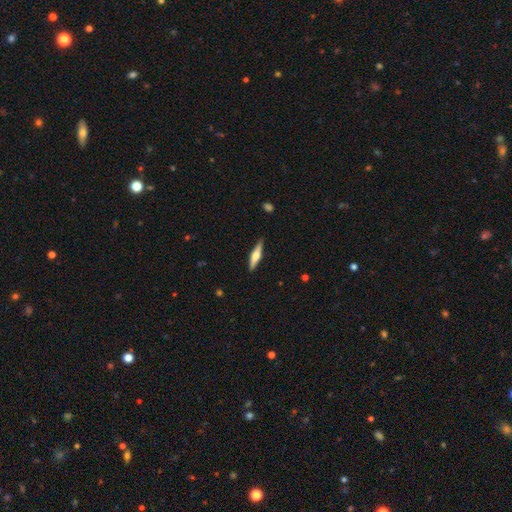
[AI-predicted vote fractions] A featured or disk galaxy (58%) viewed edge-on (97%) with a rounded central bulge (87%). Merging: none (88%).